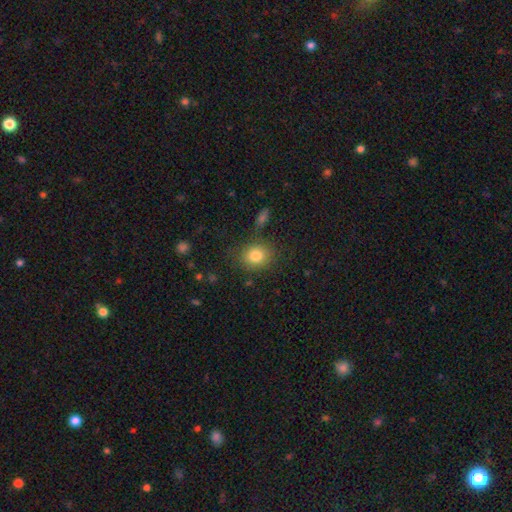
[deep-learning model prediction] smooth-or-featured: smooth: 81% | star or artifact: 10% | featured or disk: 8%
  how-rounded: round: 71% | in between: 28% | cigar-shaped: 1%
  merging: none: 80% | minor disturbance: 12% | merger: 4% | major disturbance: 4%